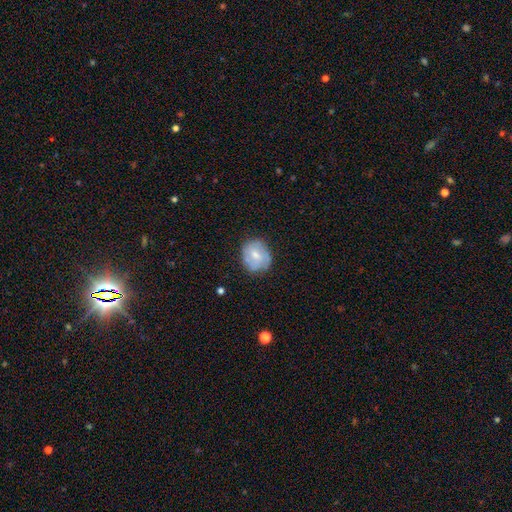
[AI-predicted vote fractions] This appears to be a smooth galaxy with no disk features (54%) that is round (63%). Merging: none (68%).